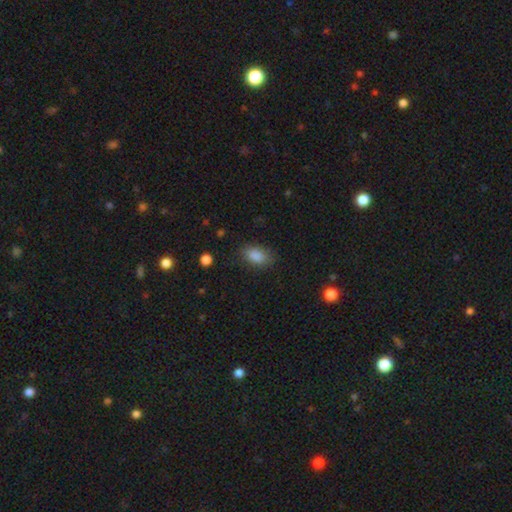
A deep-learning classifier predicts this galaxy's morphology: A smooth galaxy with no disk features (86%) that is in between round and cigar-shaped (89%). Merging: none (82%).